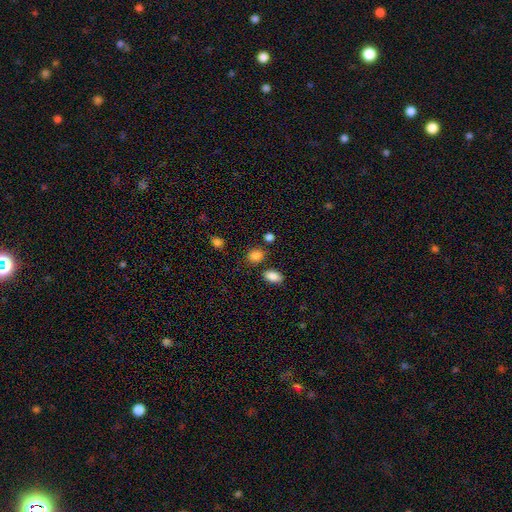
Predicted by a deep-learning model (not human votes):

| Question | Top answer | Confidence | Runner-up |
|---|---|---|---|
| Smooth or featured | smooth | 85% | star or artifact (11%) |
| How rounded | round | 55% | in between (44%) |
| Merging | none | 78% | minor disturbance (11%) |